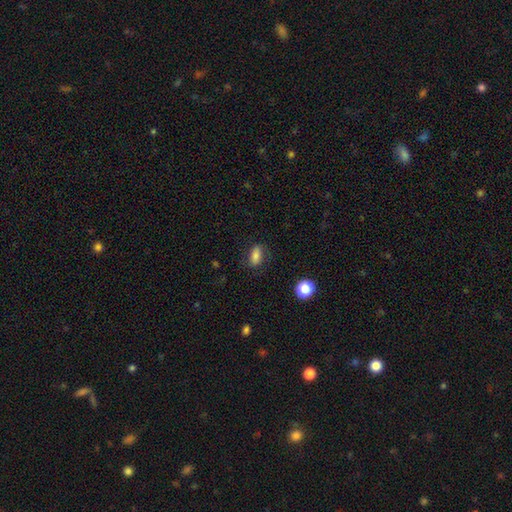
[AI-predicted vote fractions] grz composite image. It shows a smooth galaxy with no disk features (78%) that is in between round and cigar-shaped (84%). Merging: none (73%).